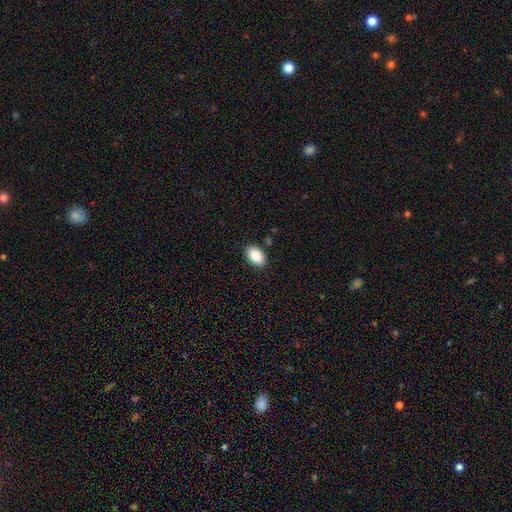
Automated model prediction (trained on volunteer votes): Smooth or featured? smooth (88%)
How rounded? in between (92%)
Merging? none (88%)